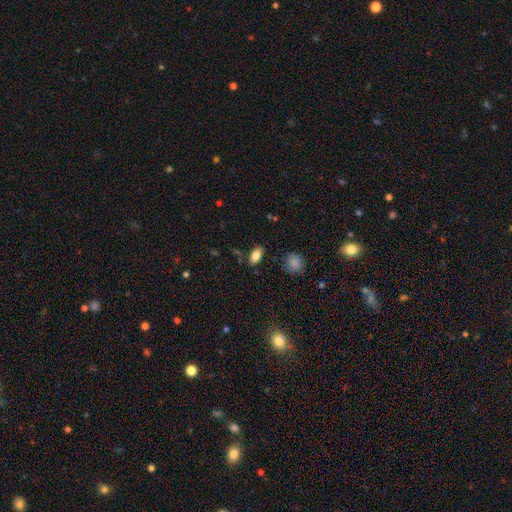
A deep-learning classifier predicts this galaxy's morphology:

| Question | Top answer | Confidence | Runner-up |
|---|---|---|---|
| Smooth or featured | smooth | 82% | featured or disk (10%) |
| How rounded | in between | 90% | cigar-shaped (5%) |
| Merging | none | 84% | minor disturbance (11%) |